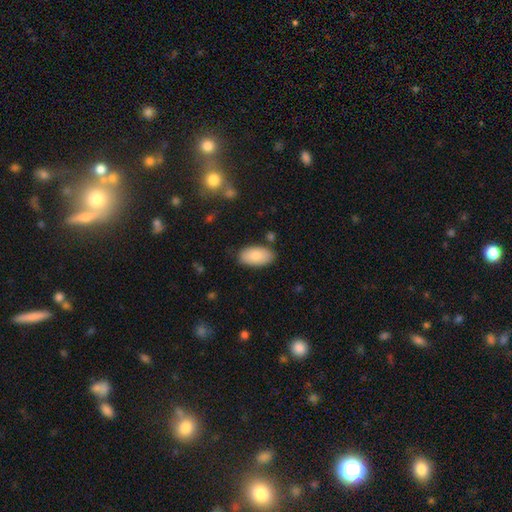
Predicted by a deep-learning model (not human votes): Overall: smooth (85%). How rounded: in between (95%). Merging: none (83%).